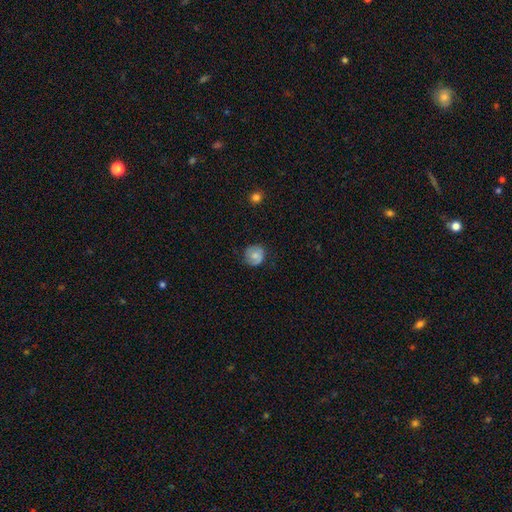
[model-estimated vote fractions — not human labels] Q: Smooth or featured?
A: smooth (64%); runner-up: featured or disk (28%)
Q: How rounded?
A: round (86%); runner-up: in between (13%)
Q: Merging?
A: none (74%); runner-up: minor disturbance (20%)